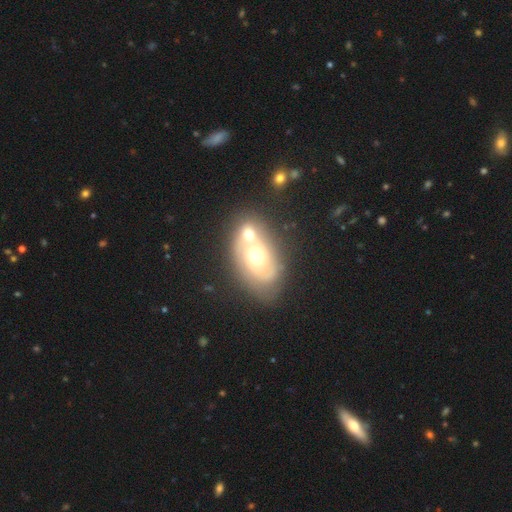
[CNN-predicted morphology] type=featured or disk (64%); edge-on=no (95%); bar=no (83%); spiral arms=yes (59%); bulge=moderate (72%); merging=merger (53%).